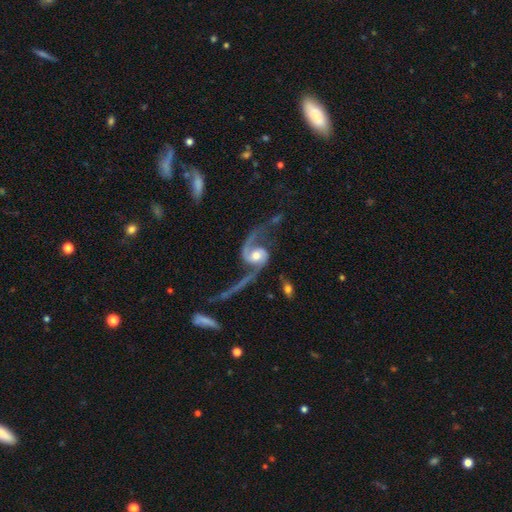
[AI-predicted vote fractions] This appears to be a featured or disk galaxy (91%) with no bar (56%), 2 (92%) loose (67%) spiral arms (97%) and a moderate central bulge (68%). Merging: none (49%).